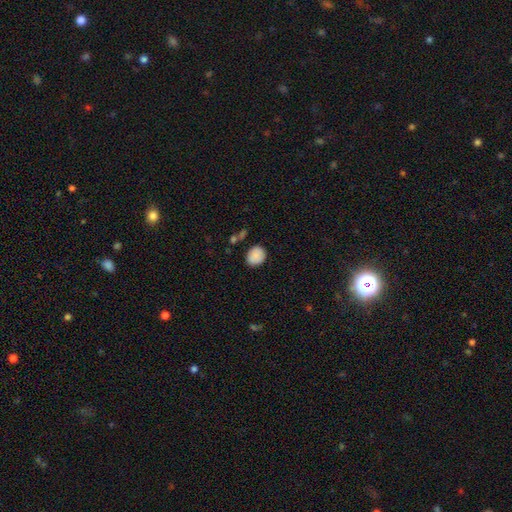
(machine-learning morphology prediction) This appears to be a smooth galaxy with no disk features (87%) that is round (62%). Merging: none (77%).